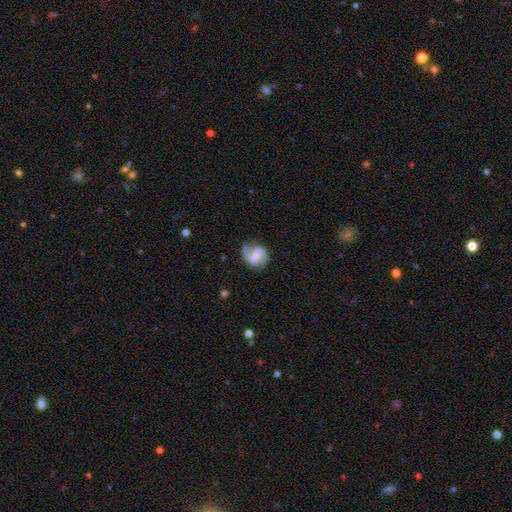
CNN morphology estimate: smooth_or_featured: featured or disk (p=0.82) [alt: smooth p=0.13]
disk_edge_on: no (p=0.98) [alt: yes p=0.02]
bar: strong (p=0.42) [tied with: weak p=0.42]
has_spiral_arms: yes (p=0.93) [alt: no p=0.07]
spiral_winding: medium (p=0.47) [alt: loose p=0.37]
spiral_arm_count: 2 (p=0.89) [alt: can't tell p=0.04]
bulge_size: small (p=0.50) [alt: moderate p=0.36]
merging: none (p=0.71) [alt: minor disturbance p=0.19]